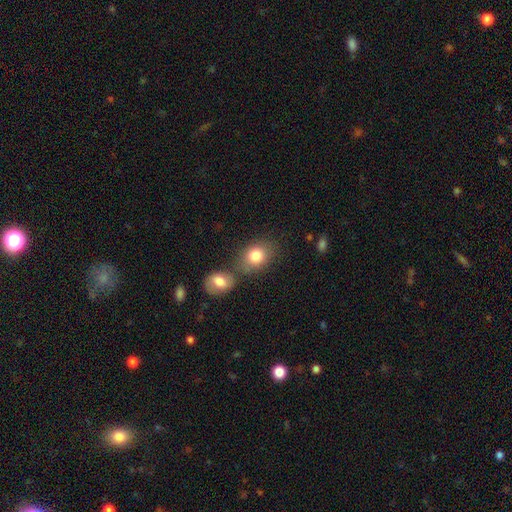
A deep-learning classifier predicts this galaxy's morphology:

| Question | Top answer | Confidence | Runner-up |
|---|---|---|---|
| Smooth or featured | smooth | 82% | featured or disk (10%) |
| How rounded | in between | 51% | round (48%) |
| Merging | none | 54% | merger (29%) |